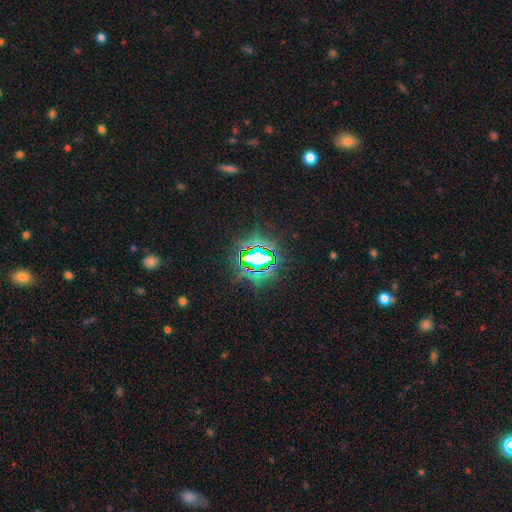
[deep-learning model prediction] A star or artifact, not a galaxy (74%).

Vote fractions:
- Smooth or featured? star or artifact: 74% / smooth: 15% / featured or disk: 11%